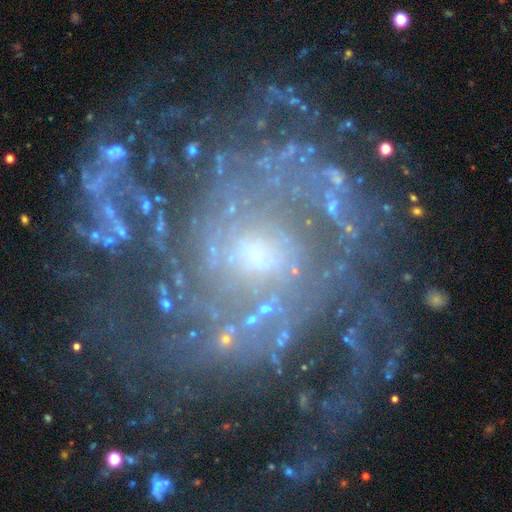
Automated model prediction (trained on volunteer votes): smooth_or_featured: featured or disk (p=0.82) [alt: star or artifact p=0.11]
disk_edge_on: no (p=0.98) [alt: yes p=0.02]
bar: no (p=0.59) [alt: weak p=0.32]
has_spiral_arms: yes (p=0.89) [alt: no p=0.11]
spiral_winding: tight (p=0.41) [alt: medium p=0.37]
spiral_arm_count: can't tell (p=0.30) [alt: 2 p=0.24]
bulge_size: small (p=0.64) [alt: moderate p=0.23]
merging: none (p=0.59) [alt: major disturbance p=0.20]